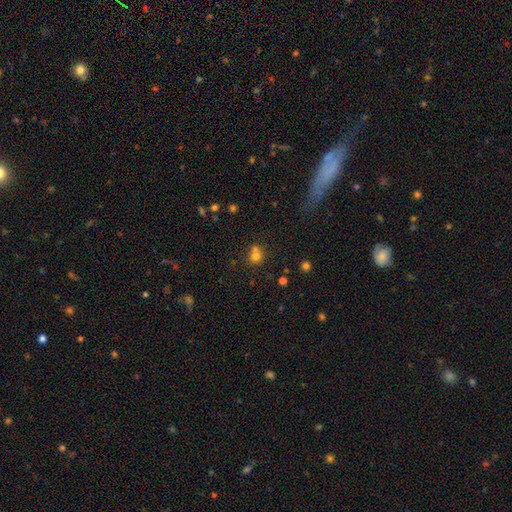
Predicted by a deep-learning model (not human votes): Smooth or featured?
  - smooth: 72% *
  - star or artifact: 17%
  - featured or disk: 11%
How rounded?
  - round: 83% *
  - in between: 16%
  - cigar-shaped: 1%
Merging?
  - none: 48% *
  - merger: 41%
  - minor disturbance: 8%
  - major disturbance: 3%